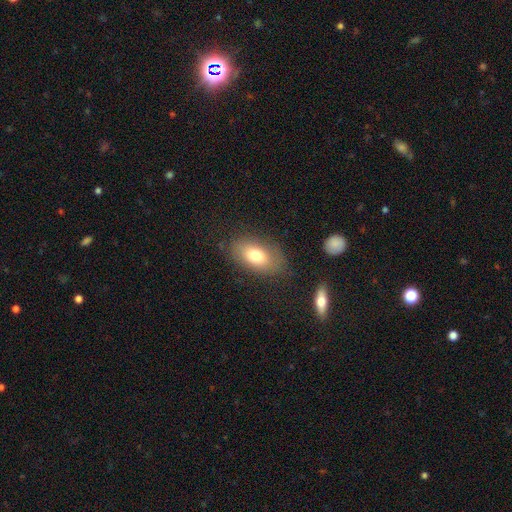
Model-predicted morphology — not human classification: Smooth or featured: smooth — 76% (featured or disk — 16%)
How rounded: in between — 90% (round — 8%)
Merging: none — 78% (minor disturbance — 15%)